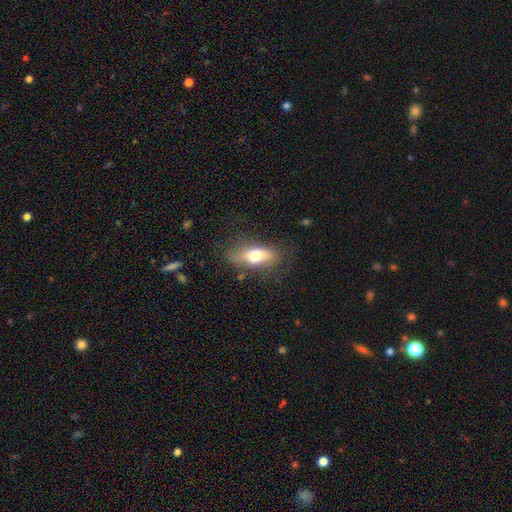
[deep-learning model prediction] A smooth galaxy with no disk features (66%) that is in between round and cigar-shaped (73%).

Vote fractions:
- Smooth or featured? smooth: 66% / featured or disk: 27% / star or artifact: 8%
- How rounded? in between: 73% / cigar-shaped: 22% / round: 5%
- Merging? none: 73% / minor disturbance: 19% / major disturbance: 7% / merger: 2%